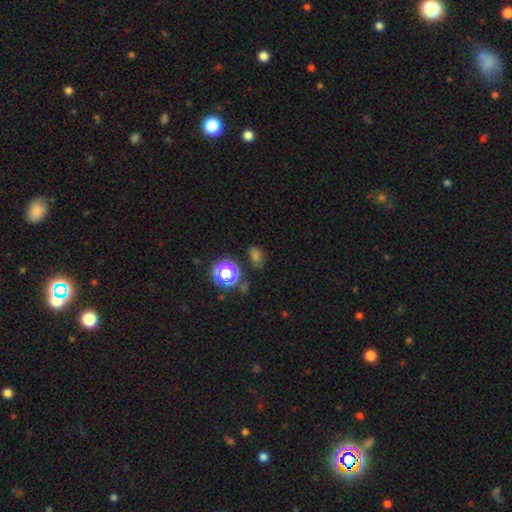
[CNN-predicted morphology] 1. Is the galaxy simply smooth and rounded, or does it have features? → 57% smooth, 35% star or artifact, 8% featured or disk.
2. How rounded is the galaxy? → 57% in between, 41% round, 2% cigar-shaped.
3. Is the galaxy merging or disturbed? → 74% none, 14% minor disturbance, 6% merger, 6% major disturbance.